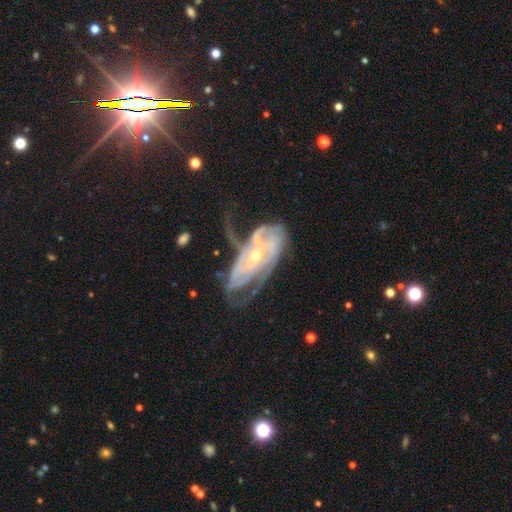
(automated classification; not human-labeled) Smooth or featured? Predicted: featured or disk (p=0.86). Edge-on disk? Predicted: no (p=0.94). Bar? Predicted: no (p=0.65). Spiral arms? Predicted: yes (p=0.91). Spiral winding? Predicted: tight (p=0.54). Spiral arm count? Predicted: can't tell (p=0.35). Bulge size? Predicted: small (p=0.59). Merging? Predicted: none (p=0.34).